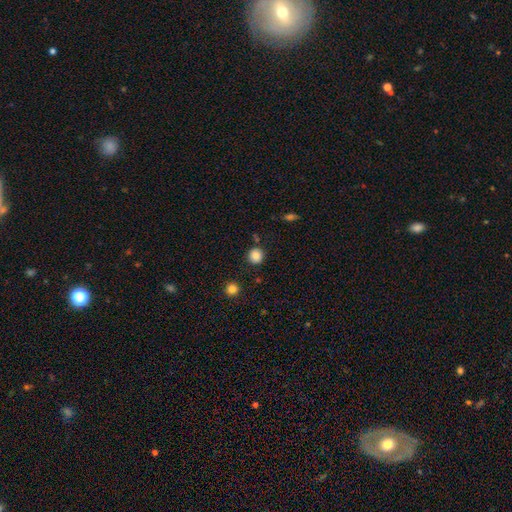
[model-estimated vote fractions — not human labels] smooth-or-featured: smooth: 85% | star or artifact: 10% | featured or disk: 4%
  how-rounded: round: 93% | in between: 6% | cigar-shaped: 1%
  merging: none: 87% | minor disturbance: 7% | merger: 3% | major disturbance: 2%